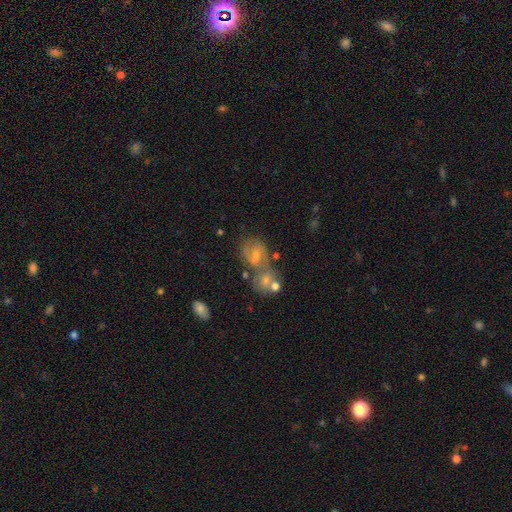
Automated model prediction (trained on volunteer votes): Smooth or featured? featured or disk (44%)
Merging? none (44%)